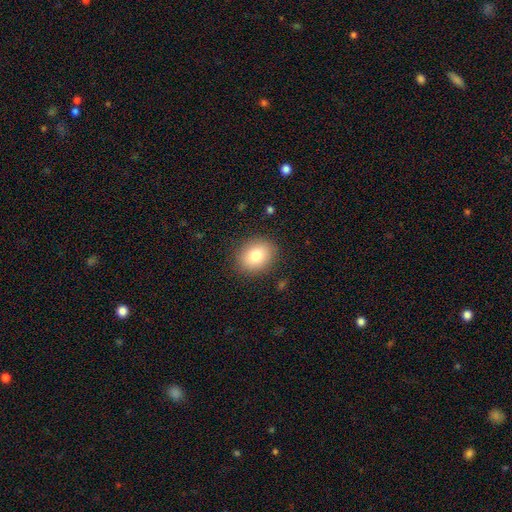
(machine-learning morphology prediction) The model was most divided on "how rounded": round: 54%, in between: 45%, cigar-shaped: 1%. More confident: merging — none (86%); smooth or featured — smooth (81%).